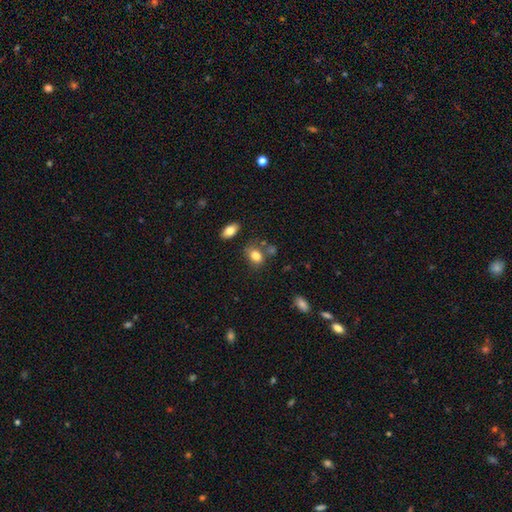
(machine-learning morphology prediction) A smooth galaxy with no disk features (82%) that is in between round and cigar-shaped (78%).

Vote fractions:
- Smooth or featured? smooth: 82% / star or artifact: 9% / featured or disk: 9%
- How rounded? in between: 78% / round: 20% / cigar-shaped: 2%
- Merging? none: 64% / minor disturbance: 18% / merger: 12% / major disturbance: 5%